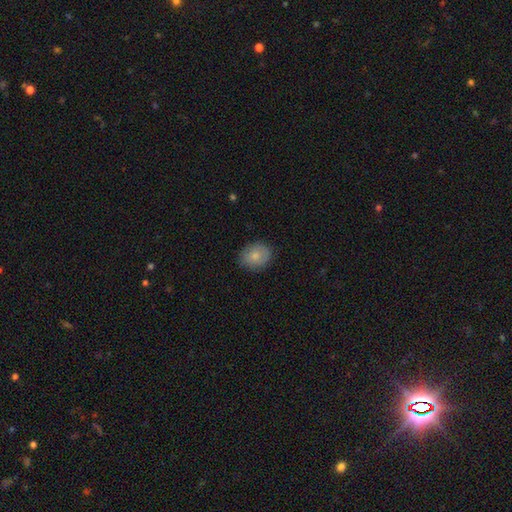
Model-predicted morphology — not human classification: Overall: smooth (79%). How rounded: round (56%; in between 43%). Merging: none (82%).